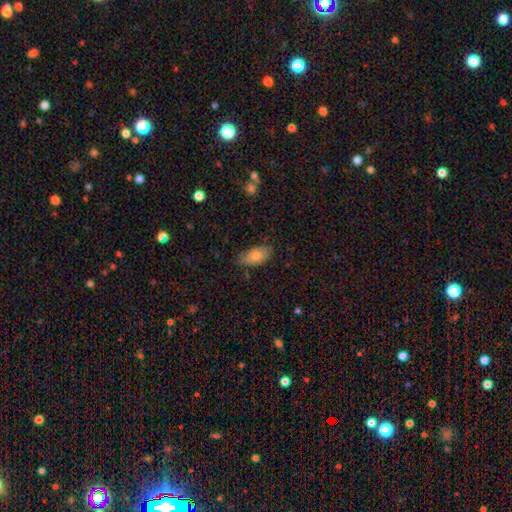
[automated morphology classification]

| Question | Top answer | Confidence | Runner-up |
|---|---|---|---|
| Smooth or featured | smooth | 78% | featured or disk (15%) |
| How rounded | in between | 88% | cigar-shaped (9%) |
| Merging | none | 79% | minor disturbance (17%) |